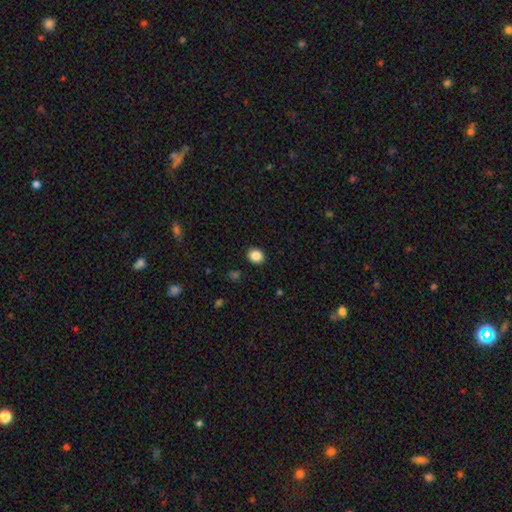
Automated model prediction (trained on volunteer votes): Smooth or featured? Predicted: smooth (p=0.87). How rounded? Predicted: round (p=0.65). Merging? Predicted: none (p=0.91).